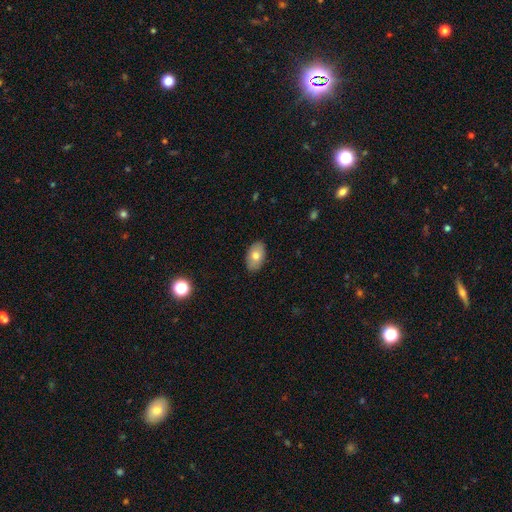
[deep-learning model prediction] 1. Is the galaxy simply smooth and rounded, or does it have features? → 76% smooth, 17% featured or disk, 7% star or artifact.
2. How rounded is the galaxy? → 92% in between, 6% round, 2% cigar-shaped.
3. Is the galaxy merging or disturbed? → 87% none, 10% minor disturbance, 2% major disturbance, 1% merger.